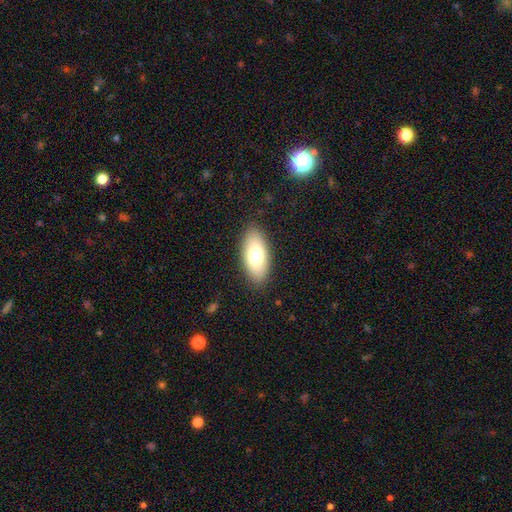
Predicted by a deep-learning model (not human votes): The model was most divided on "smooth or featured": smooth: 77%, featured or disk: 16%, star or artifact: 7%. More confident: how rounded — in between (88%); merging — none (87%).